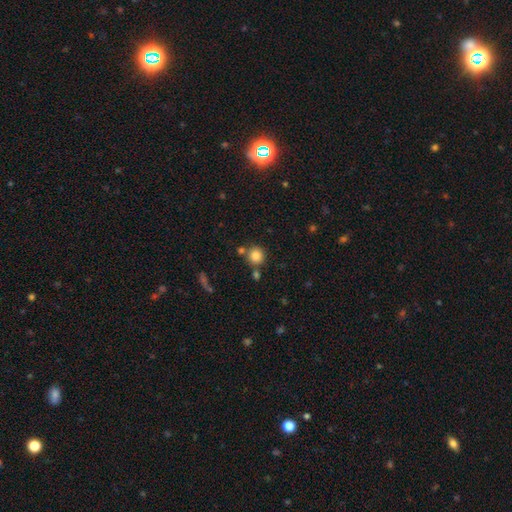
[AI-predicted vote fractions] smooth_or_featured: smooth (p=0.84) [alt: star or artifact p=0.11]
how_rounded: round (p=0.92) [alt: in between p=0.07]
merging: none (p=0.74) [alt: merger p=0.14]